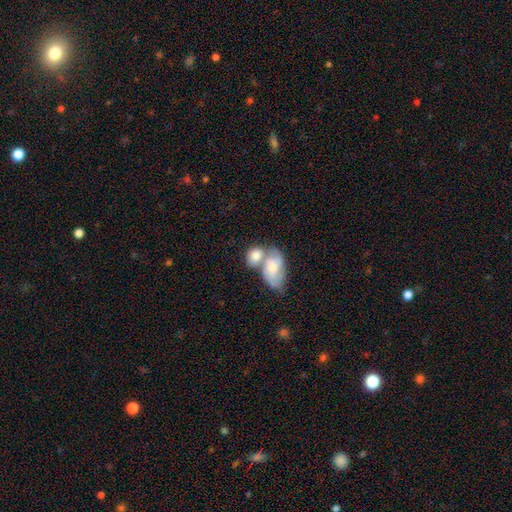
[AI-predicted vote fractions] Smooth or featured: smooth — 63% (featured or disk — 30%)
How rounded: in between — 74% (round — 23%)
Merging: merger — 66% (none — 20%)